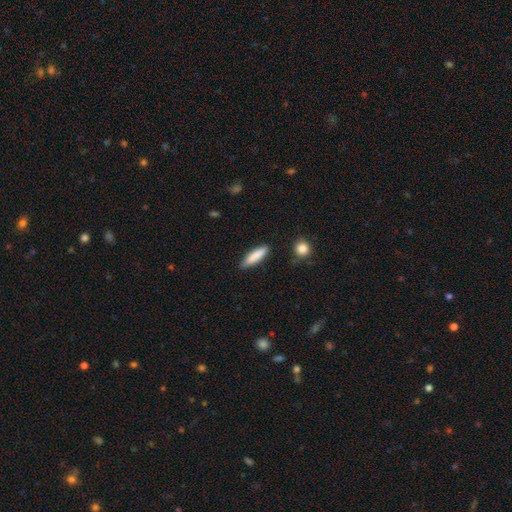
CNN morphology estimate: A smooth galaxy with no disk features (84%) that is cigar-shaped (75%). Merging: none (85%).